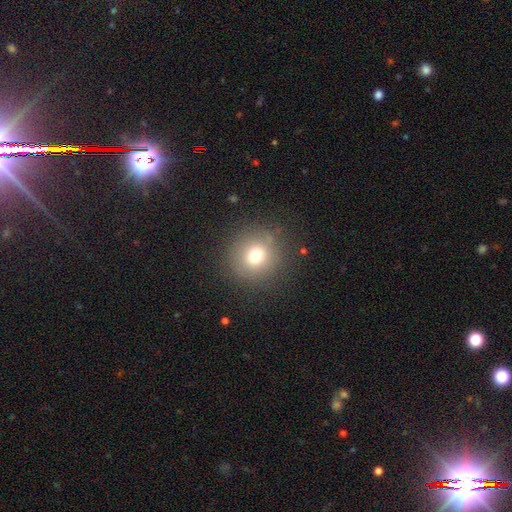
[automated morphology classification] type=smooth (72%); roundness=round (92%); merging=none (86%).